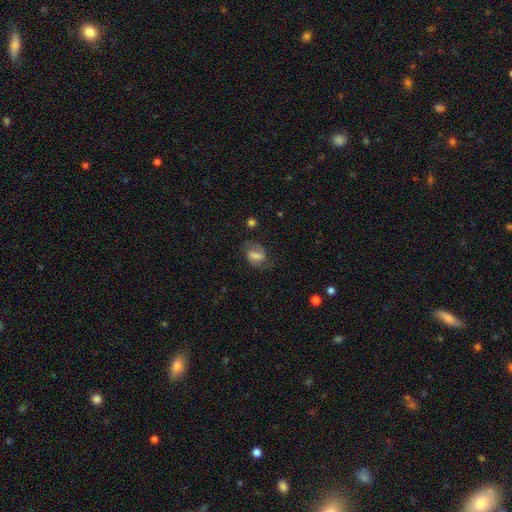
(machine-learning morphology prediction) Smooth or featured?
  - smooth: 46% *
  - featured or disk: 45%
  - star or artifact: 9%
Merging?
  - none: 62% *
  - minor disturbance: 23%
  - major disturbance: 13%
  - merger: 2%